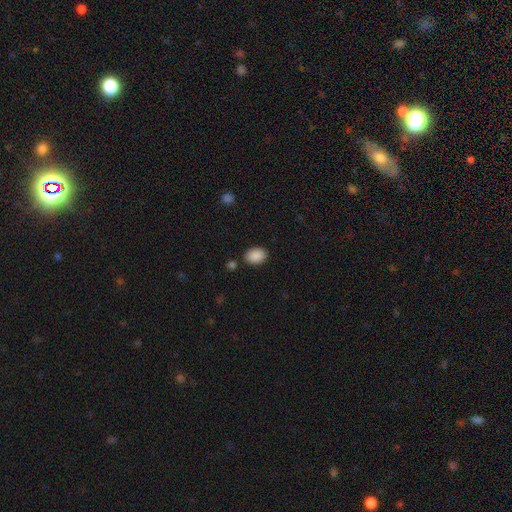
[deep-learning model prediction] This is clearly a smooth galaxy (89%). How rounded: clearly in between (81%). Merging: clearly none (83%).